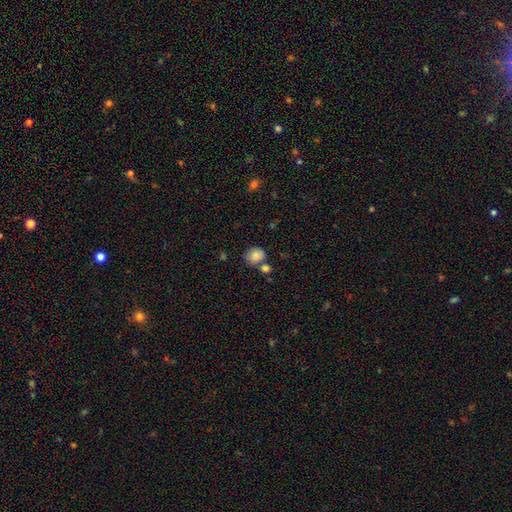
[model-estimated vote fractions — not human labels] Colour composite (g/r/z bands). It shows a smooth galaxy with no disk features (77%) that is round (76%). Merging: none (62%).